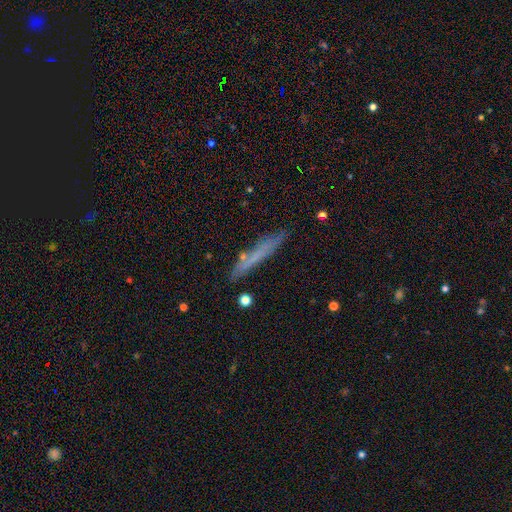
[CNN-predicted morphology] smooth 58%, featured or disk 34%, star or artifact 9%. Down the decision tree: how rounded — cigar-shaped (94%); merging — none (82%).